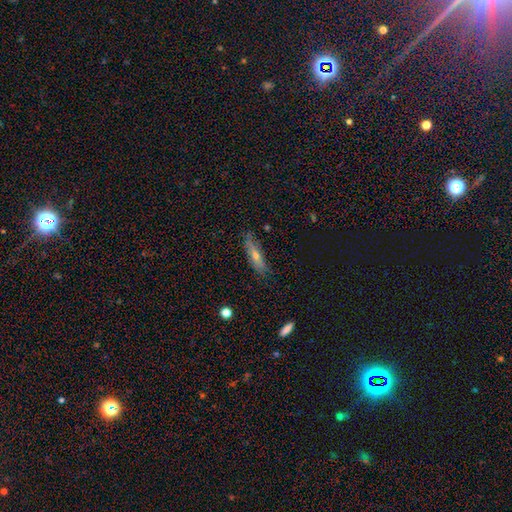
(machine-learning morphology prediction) Smooth or featured?
  - featured or disk: 47% *
  - smooth: 43%
  - star or artifact: 10%
Merging?
  - none: 79% *
  - minor disturbance: 16%
  - major disturbance: 3%
  - merger: 2%